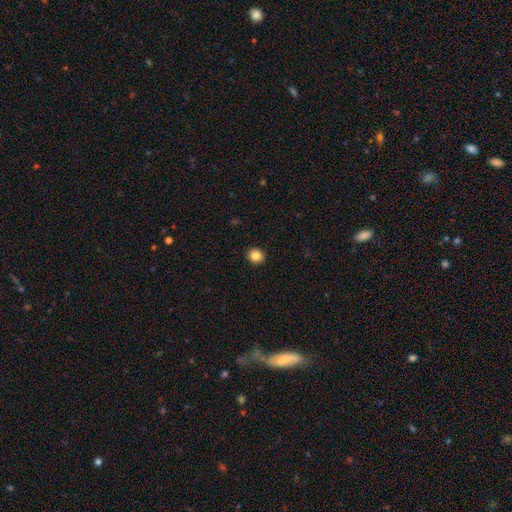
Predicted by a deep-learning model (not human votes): smooth 85%, star or artifact 10%, featured or disk 5%. Down the decision tree: how rounded — round (85%); merging — none (93%).